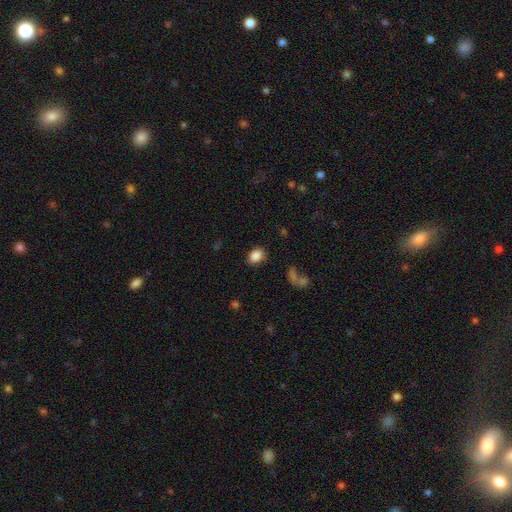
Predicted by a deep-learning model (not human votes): smooth-or-featured: smooth: 85% | star or artifact: 9% | featured or disk: 6%
  how-rounded: in between: 68% | round: 31% | cigar-shaped: 1%
  merging: none: 81% | minor disturbance: 12% | major disturbance: 5% | merger: 2%